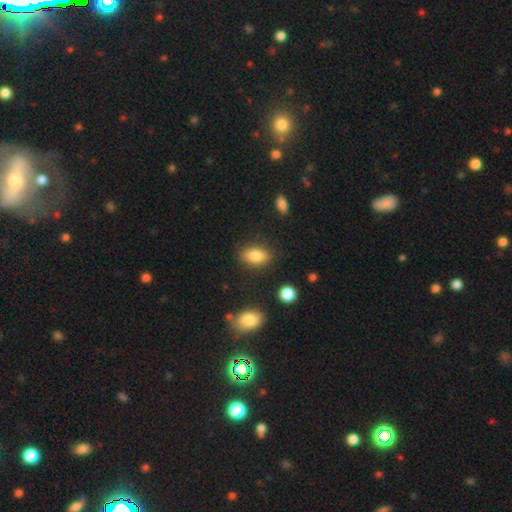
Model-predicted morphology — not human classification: Q: Smooth or featured?
A: smooth (85%); runner-up: star or artifact (8%)
Q: How rounded?
A: in between (89%); runner-up: round (7%)
Q: Merging?
A: none (82%); runner-up: minor disturbance (12%)